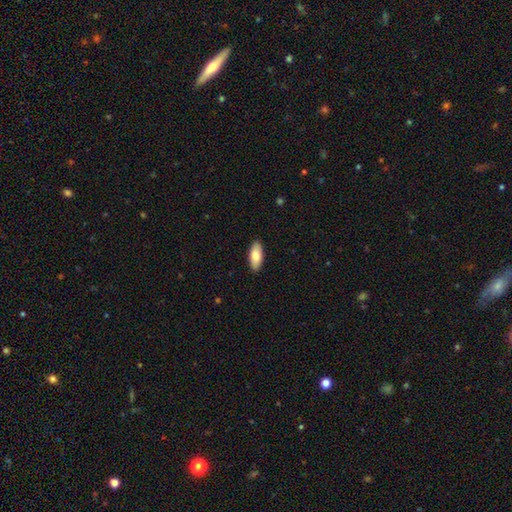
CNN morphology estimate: type=smooth (79%); roundness=in between (83%); merging=none (90%).